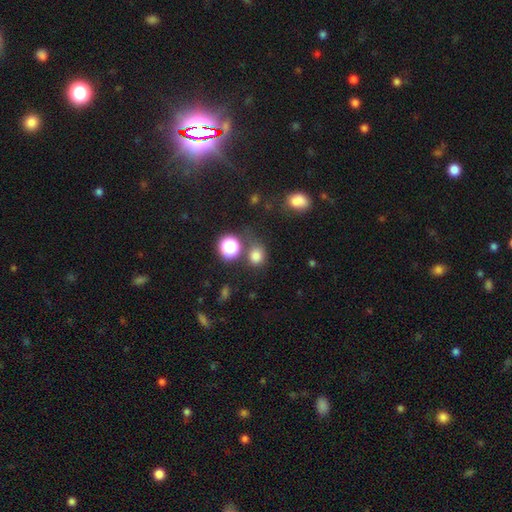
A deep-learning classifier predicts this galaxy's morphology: type=smooth (76%); roundness=round (68%); merging=none (69%).